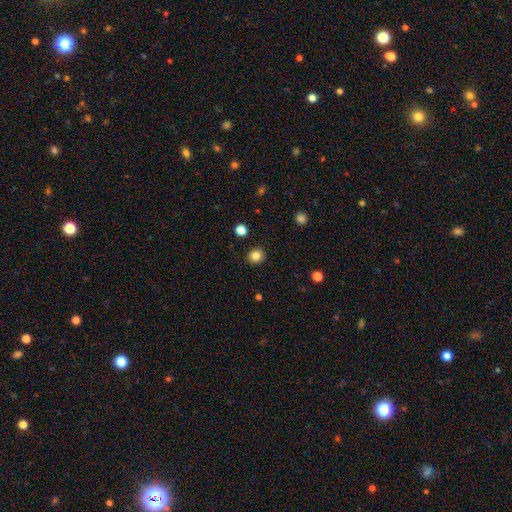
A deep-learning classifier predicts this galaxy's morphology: Smooth or featured? smooth (83%)
How rounded? round (88%)
Merging? none (91%)